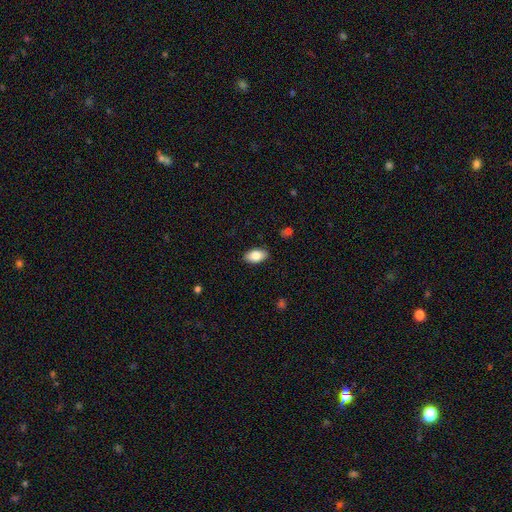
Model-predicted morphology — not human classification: A smooth galaxy with no disk features (83%) that is in between round and cigar-shaped (93%).

Vote fractions:
- Smooth or featured? smooth: 83% / featured or disk: 10% / star or artifact: 7%
- How rounded? in between: 93% / round: 4% / cigar-shaped: 3%
- Merging? none: 87% / minor disturbance: 9% / major disturbance: 2% / merger: 1%